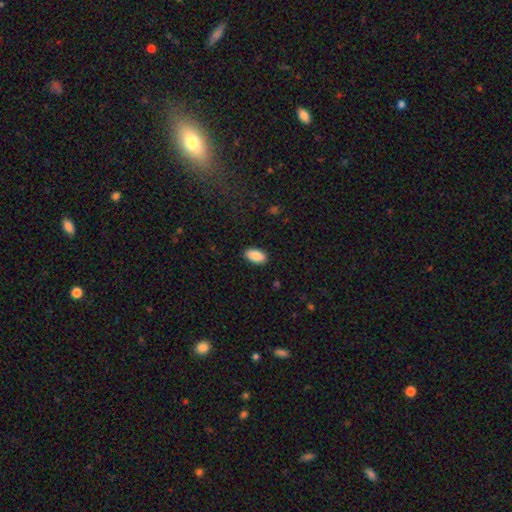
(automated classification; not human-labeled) Smooth or featured? smooth (89%)
How rounded? in between (95%)
Merging? none (89%)